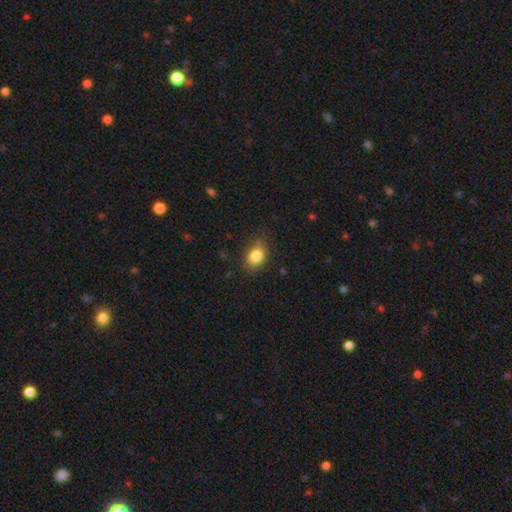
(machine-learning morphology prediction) This appears to be a smooth galaxy with no disk features (84%) that is in between round and cigar-shaped (72%). Merging: none (78%).